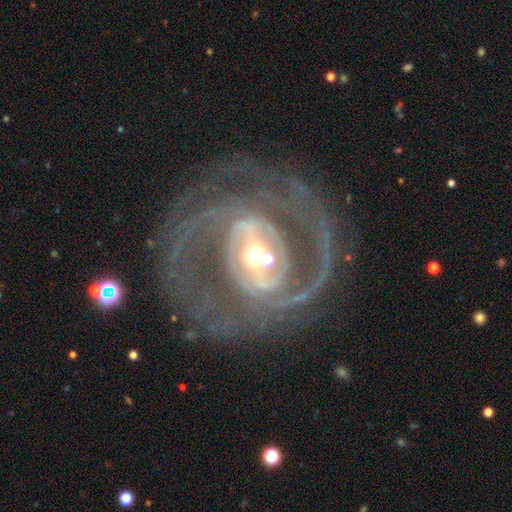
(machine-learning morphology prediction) Smooth or featured?
  - featured or disk: 92% *
  - star or artifact: 5%
  - smooth: 4%
Edge-on disk?
  - no: 97% *
  - yes: 3%
Bar?
  - strong: 51% *
  - weak: 31%
  - no: 18%
Spiral arms?
  - yes: 96% *
  - no: 4%
Spiral winding?
  - medium: 47% *
  - tight: 35%
  - loose: 17%
Spiral arm count?
  - 2: 60% *
  - 3: 11%
  - can't tell: 11%
  - 4: 6%
  - 1: 6%
  - more than 4: 6%
Bulge size?
  - moderate: 60% *
  - small: 27%
  - large: 11%
  - dominant: 2%
  - none: 1%
Merging?
  - none: 67% *
  - major disturbance: 15%
  - minor disturbance: 14%
  - merger: 4%